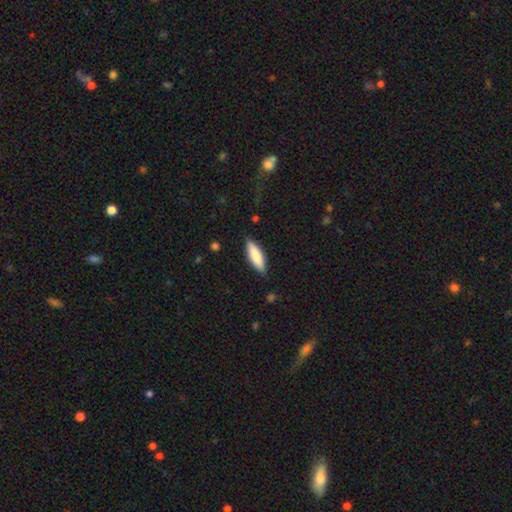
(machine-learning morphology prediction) The model was most divided on "how rounded": cigar-shaped: 50%, in between: 49%, round: 2%. More confident: merging — none (86%); smooth or featured — smooth (82%).